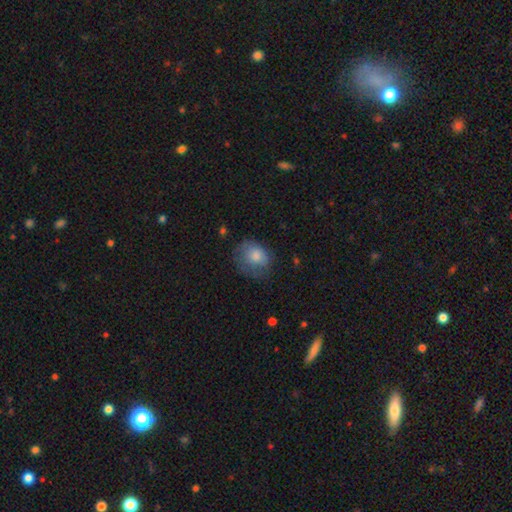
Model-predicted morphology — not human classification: type=smooth (74%); roundness=round (52%); merging=none (55%).